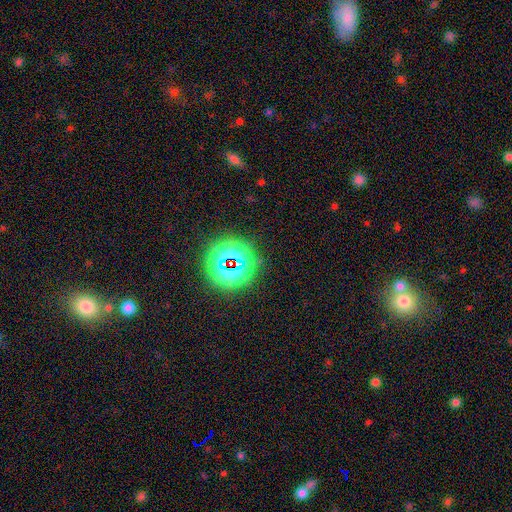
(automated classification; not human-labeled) This appears to be a star or artifact, not a galaxy (73%).